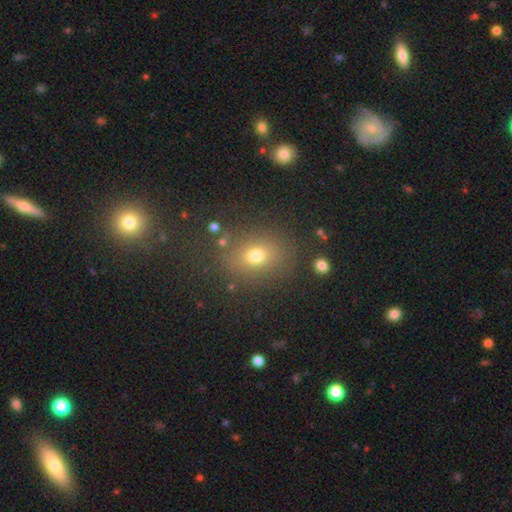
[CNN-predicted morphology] Smooth or featured? smooth (71%)
How rounded? round (51%)
Merging? none (80%)